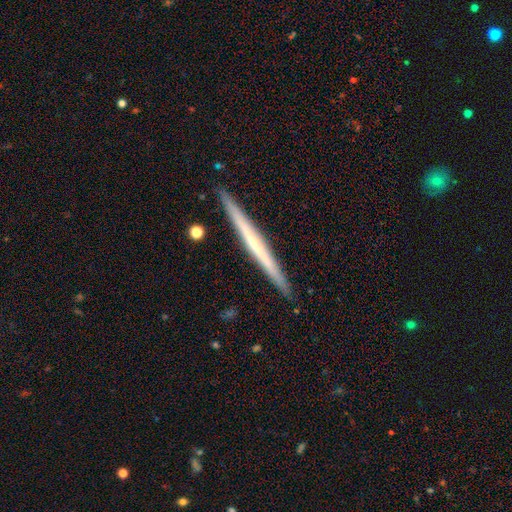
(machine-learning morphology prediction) Smooth or featured?
  - featured or disk: 56% *
  - smooth: 38%
  - star or artifact: 6%
Edge-on disk?
  - yes: 97% *
  - no: 3%
Edge-on bulge?
  - none: 83% *
  - rounded: 12%
  - boxy: 4%
Merging?
  - none: 91% *
  - minor disturbance: 6%
  - major disturbance: 1%
  - merger: 1%